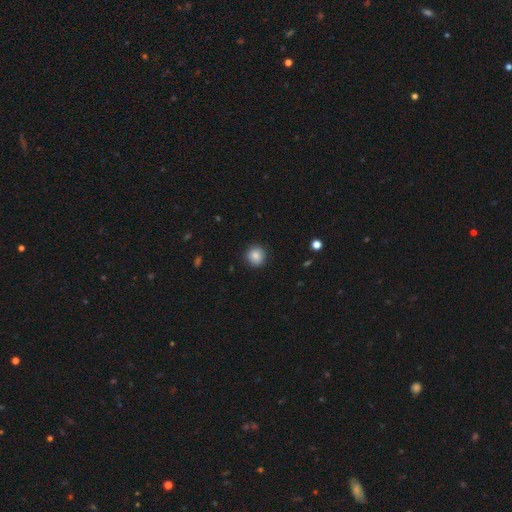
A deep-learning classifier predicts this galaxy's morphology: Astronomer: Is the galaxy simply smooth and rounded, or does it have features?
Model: smooth — 85%.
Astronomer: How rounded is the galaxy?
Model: round — 90%.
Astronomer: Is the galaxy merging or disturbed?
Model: none — 89%.